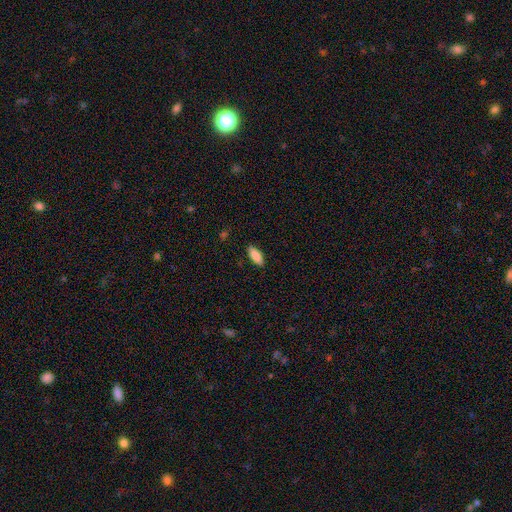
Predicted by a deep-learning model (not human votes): smooth 86%, featured or disk 7%, star or artifact 6%. Down the decision tree: how rounded — in between (76%); merging — none (88%).